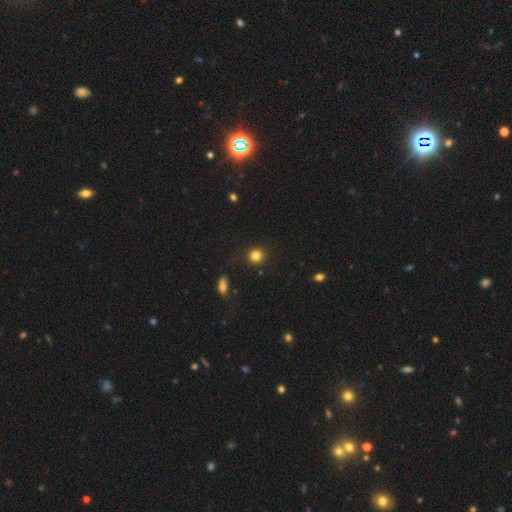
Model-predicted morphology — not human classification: Overall: smooth (83%). How rounded: round (91%). Merging: none (89%).